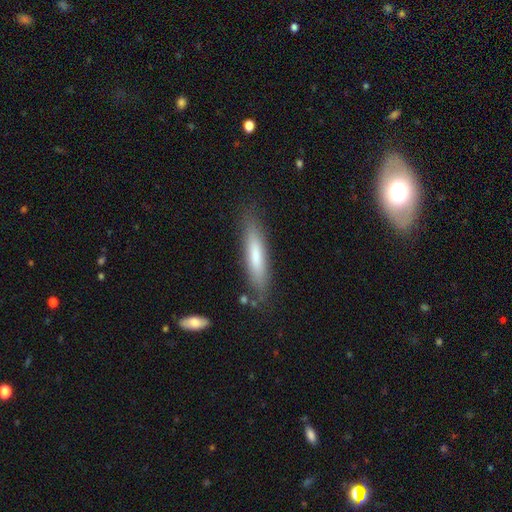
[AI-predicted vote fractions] The model was most divided on "smooth or featured": smooth: 70%, featured or disk: 23%, star or artifact: 6%. More confident: how rounded — cigar-shaped (82%); merging — none (81%).